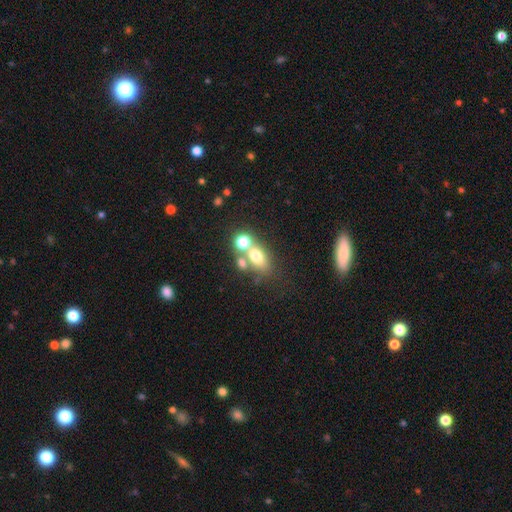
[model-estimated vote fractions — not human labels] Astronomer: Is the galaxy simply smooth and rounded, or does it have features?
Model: smooth — 66%.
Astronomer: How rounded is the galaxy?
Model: in between — 64%.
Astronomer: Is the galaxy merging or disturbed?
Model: merger — 44% (runner-up: none, 39%).